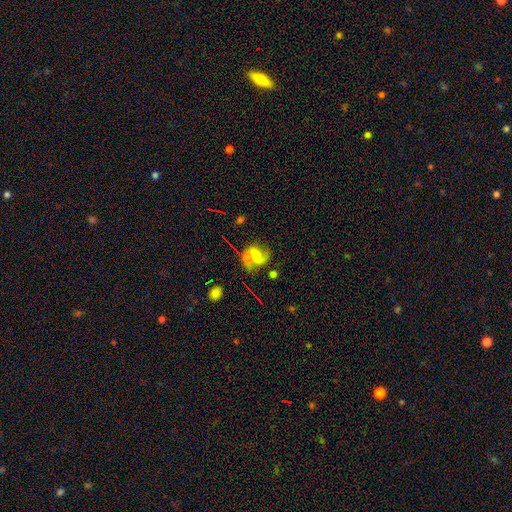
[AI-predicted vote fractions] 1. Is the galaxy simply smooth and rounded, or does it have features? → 56% featured or disk, 31% smooth, 13% star or artifact.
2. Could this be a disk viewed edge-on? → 97% no, 3% yes.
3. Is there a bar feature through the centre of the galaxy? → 48% no, 37% weak, 15% strong.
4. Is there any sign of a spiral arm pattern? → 79% yes, 21% no.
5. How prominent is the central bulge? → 40% moderate, 37% small, 14% none, 7% large, 2% dominant.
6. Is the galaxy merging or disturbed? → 40% merger, 32% none, 14% minor disturbance, 14% major disturbance.